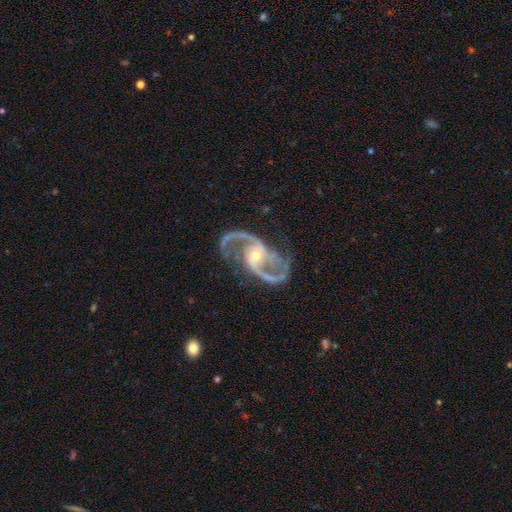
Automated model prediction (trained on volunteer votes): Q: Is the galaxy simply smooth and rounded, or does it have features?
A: featured or disk — 93%.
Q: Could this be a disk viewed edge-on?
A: no — 98%.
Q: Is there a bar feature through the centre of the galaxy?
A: no — 47%.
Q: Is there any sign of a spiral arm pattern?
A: yes — 98%.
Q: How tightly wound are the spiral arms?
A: medium — 54%.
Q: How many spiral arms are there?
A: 2 — 93%.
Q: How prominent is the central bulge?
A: small — 54%.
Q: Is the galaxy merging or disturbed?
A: none — 78%.